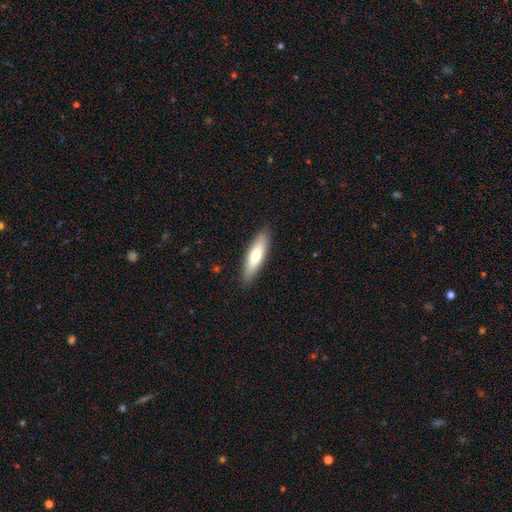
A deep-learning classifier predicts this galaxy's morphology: Smooth or featured?
  - smooth: 65% *
  - featured or disk: 30%
  - star or artifact: 6%
How rounded?
  - cigar-shaped: 64% *
  - in between: 34%
  - round: 2%
Merging?
  - none: 88% *
  - minor disturbance: 9%
  - major disturbance: 2%
  - merger: 1%